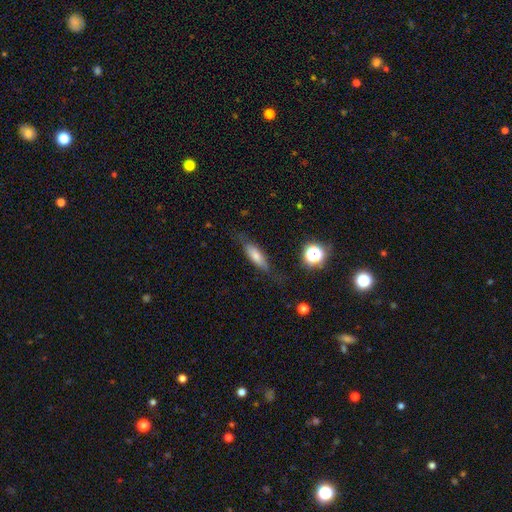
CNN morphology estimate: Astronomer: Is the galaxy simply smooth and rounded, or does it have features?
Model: smooth — 64%.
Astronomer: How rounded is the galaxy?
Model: cigar-shaped — 53% (runner-up: in between, 44%).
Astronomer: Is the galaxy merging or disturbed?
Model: none — 73%.